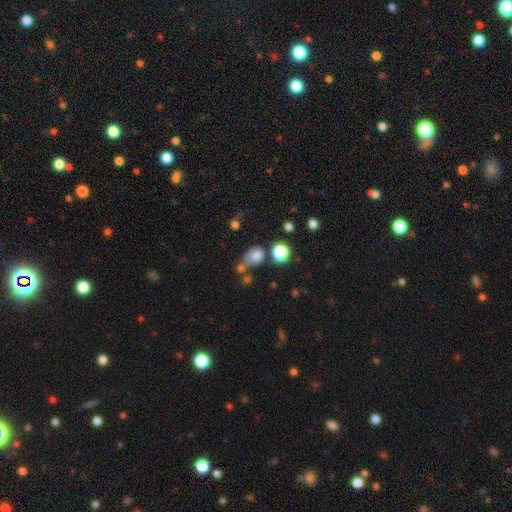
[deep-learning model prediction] smooth-or-featured: smooth: 75% | star or artifact: 16% | featured or disk: 9%
  how-rounded: round: 52% | in between: 46% | cigar-shaped: 2%
  merging: none: 43% | merger: 28% | minor disturbance: 19% | major disturbance: 11%